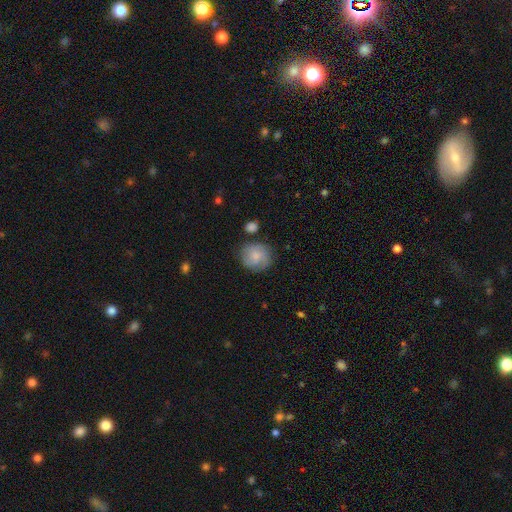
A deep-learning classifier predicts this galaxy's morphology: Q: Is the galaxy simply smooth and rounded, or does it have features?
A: smooth — 59%.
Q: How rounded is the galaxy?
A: round — 82%.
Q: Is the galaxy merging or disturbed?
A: none — 73%.